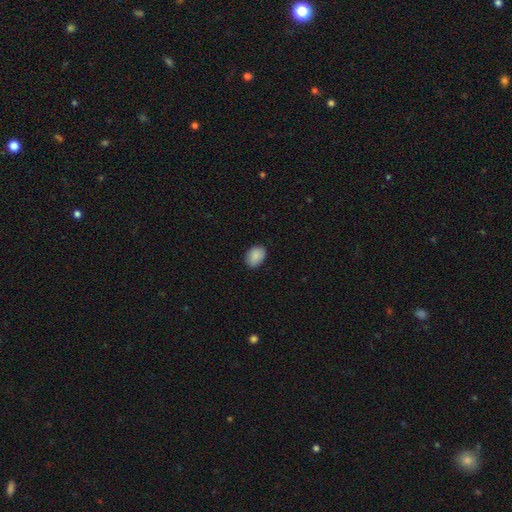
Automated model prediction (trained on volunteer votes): Smooth or featured? smooth (89%)
How rounded? in between (78%)
Merging? none (81%)